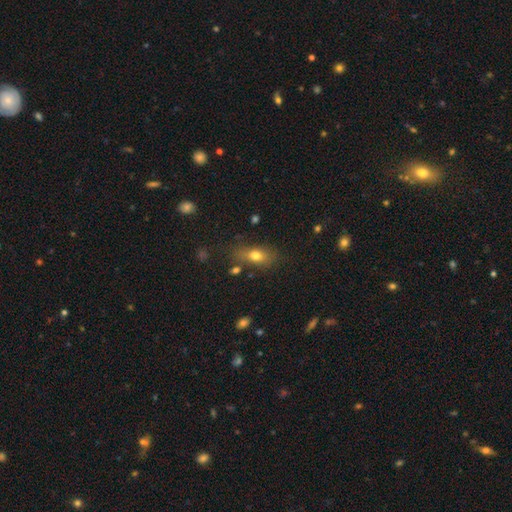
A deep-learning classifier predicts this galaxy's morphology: type=smooth (74%); roundness=in between (76%); merging=none (68%).